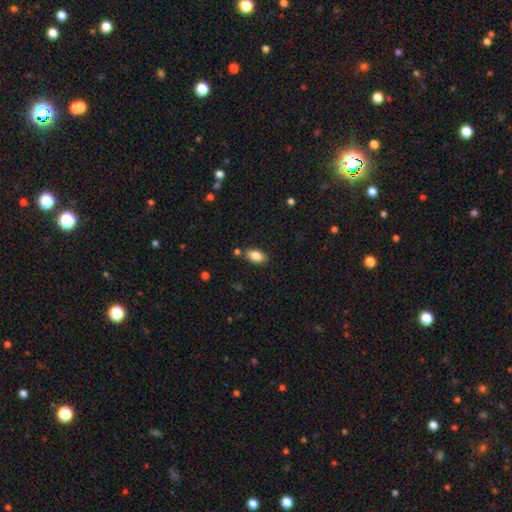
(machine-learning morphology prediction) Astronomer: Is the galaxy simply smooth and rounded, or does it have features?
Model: smooth — 84%.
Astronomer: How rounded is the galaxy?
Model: in between — 92%.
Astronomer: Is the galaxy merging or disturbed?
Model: none — 79%.